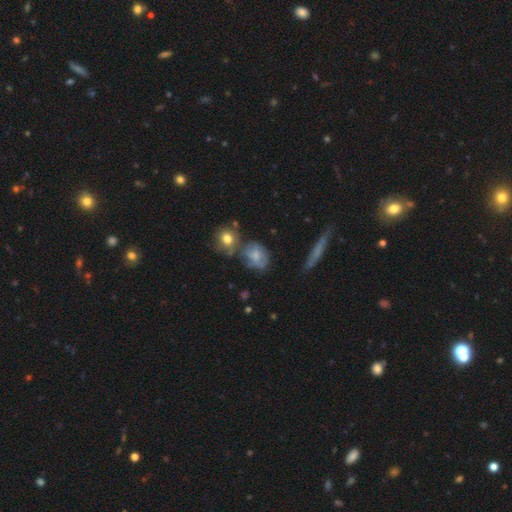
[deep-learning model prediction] Overall: smooth (52%; featured or disk 38%). How rounded: in between (54%; round 43%). Merging: none (45%; minor disturbance 22%).